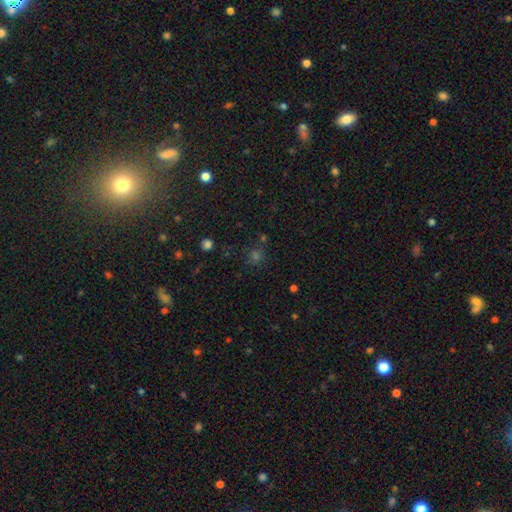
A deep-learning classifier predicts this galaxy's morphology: The model was most divided on "smooth or featured": star or artifact: 47%, smooth: 45%, featured or disk: 8%.